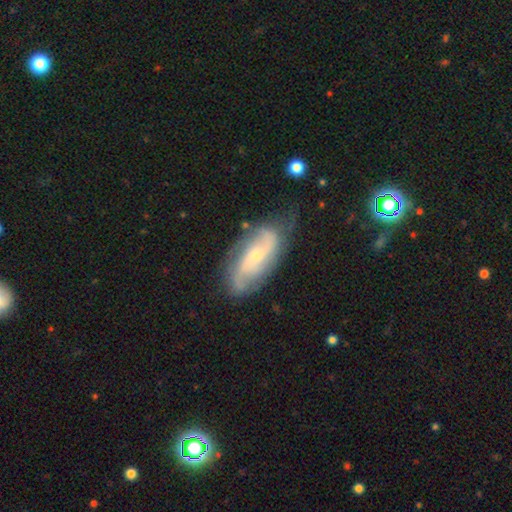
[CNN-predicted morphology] featured or disk 77%, smooth 17%, star or artifact 6%. Down the decision tree: edge-on disk — no (93%); bar — no (61%); spiral arms — yes (92%); spiral arm count — 2 (61%); spiral winding — medium (42%); bulge size — small (71%); merging — none (66%).